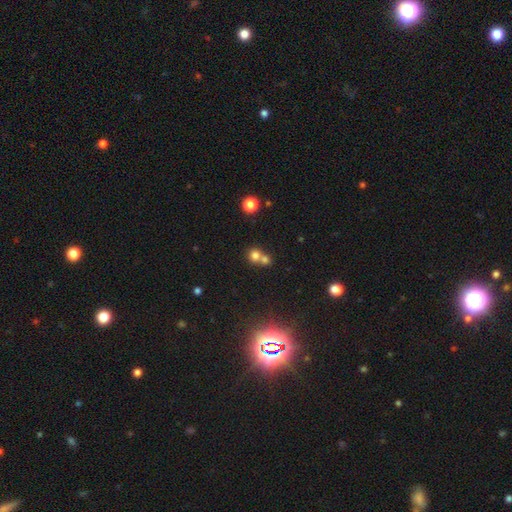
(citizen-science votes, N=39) Smooth or featured?
  - smooth: 85% *
  - star or artifact: 10%
  - featured or disk: 5%
How rounded?
  - round: 94% *
  - in between: 6%
  - cigar-shaped: 0%
Merging?
  - merger: 57% *
  - none: 34%
  - minor disturbance: 9%
  - major disturbance: 0%